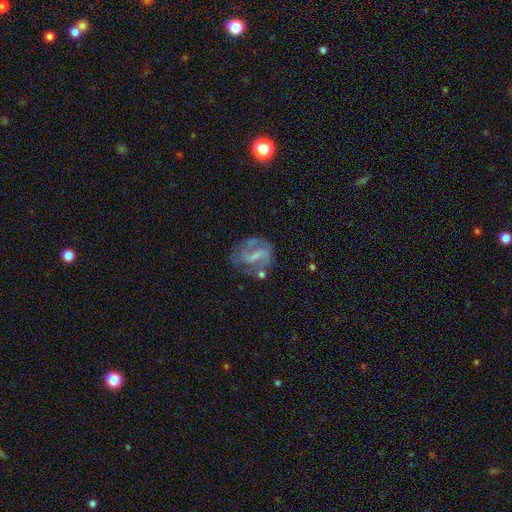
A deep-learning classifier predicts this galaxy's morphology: smooth_or_featured: featured or disk (p=0.70) [alt: smooth p=0.22]
disk_edge_on: no (p=0.97) [alt: yes p=0.03]
bar: weak (p=0.42) [alt: strong p=0.37]
has_spiral_arms: yes (p=0.78) [alt: no p=0.22]
spiral_winding: medium (p=0.45) [alt: loose p=0.30]
spiral_arm_count: 2 (p=0.68) [alt: can't tell p=0.16]
bulge_size: none (p=0.39) [tied with: small p=0.39]
merging: none (p=0.55) [alt: minor disturbance p=0.22]